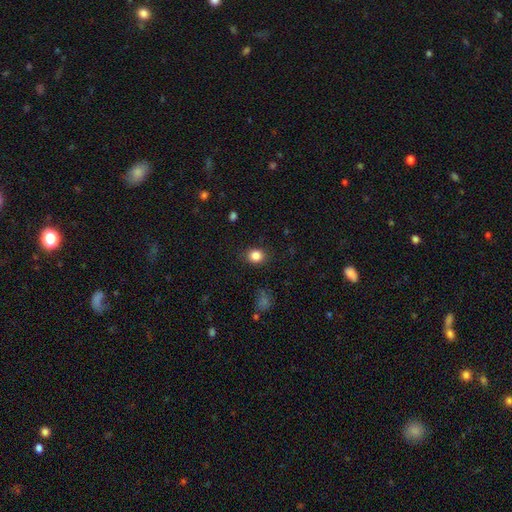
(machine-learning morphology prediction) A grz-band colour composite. It shows a smooth galaxy with no disk features (84%) that is round (62%). Merging: none (85%).